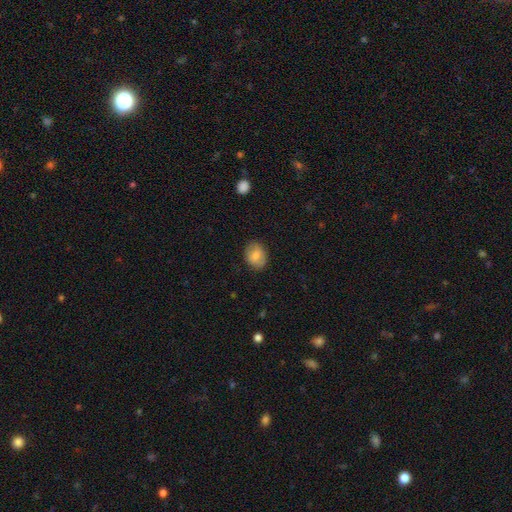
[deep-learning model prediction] Smooth or featured? Predicted: smooth (p=0.76). How rounded? Predicted: in between (p=0.59). Merging? Predicted: none (p=0.84).